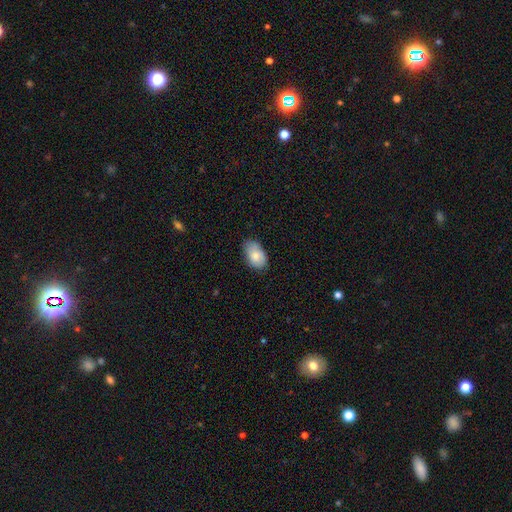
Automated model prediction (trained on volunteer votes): smooth 80%, featured or disk 13%, star or artifact 7%. Down the decision tree: how rounded — in between (91%); merging — none (68%).